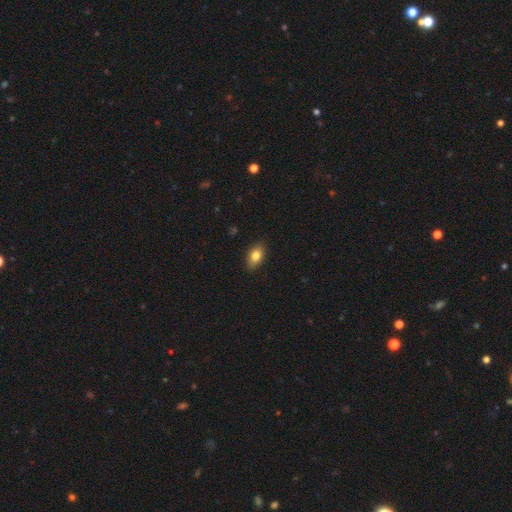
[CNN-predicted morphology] The model was most divided on "smooth or featured": smooth: 81%, featured or disk: 11%, star or artifact: 8%. More confident: how rounded — in between (87%); merging — none (87%).